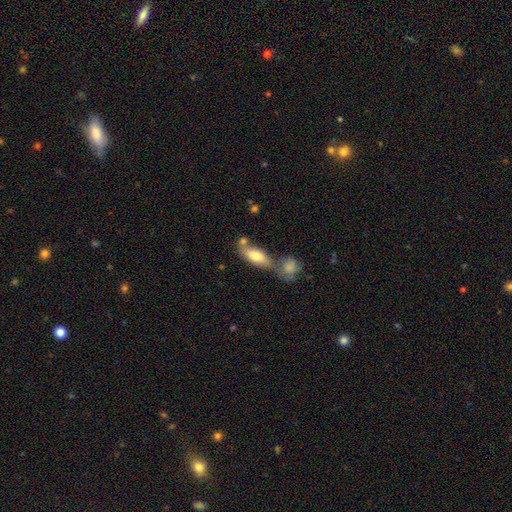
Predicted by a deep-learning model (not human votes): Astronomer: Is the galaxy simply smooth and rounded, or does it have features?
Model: smooth — 74%.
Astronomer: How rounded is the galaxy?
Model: in between — 78%.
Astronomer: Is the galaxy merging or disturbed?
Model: none — 44% (runner-up: merger, 36%).